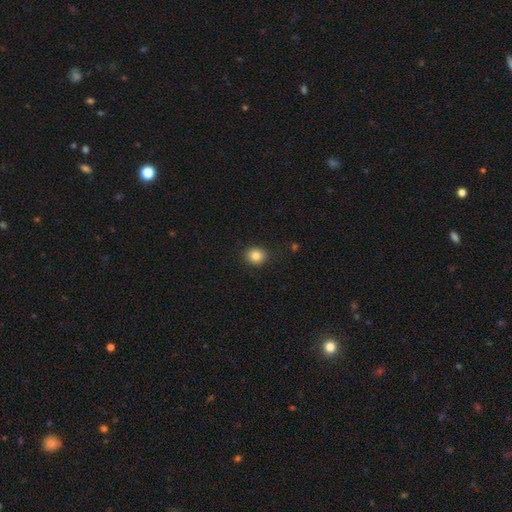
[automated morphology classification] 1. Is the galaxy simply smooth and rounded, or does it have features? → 84% smooth, 10% star or artifact, 6% featured or disk.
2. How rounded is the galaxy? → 71% round, 29% in between, 1% cigar-shaped.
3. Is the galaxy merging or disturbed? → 89% none, 8% minor disturbance, 2% major disturbance, 1% merger.